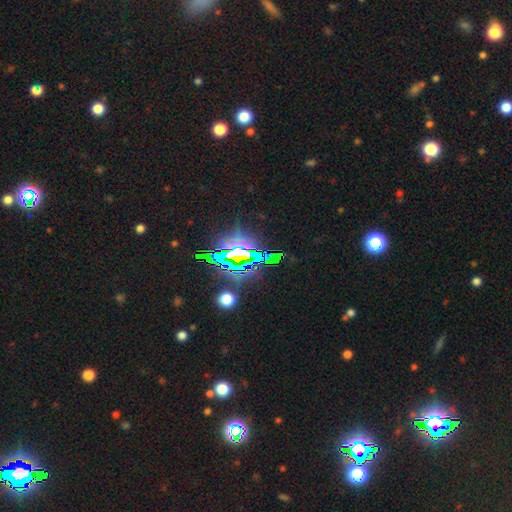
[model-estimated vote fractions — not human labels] smooth-or-featured: star or artifact: 80% | smooth: 11% | featured or disk: 10%